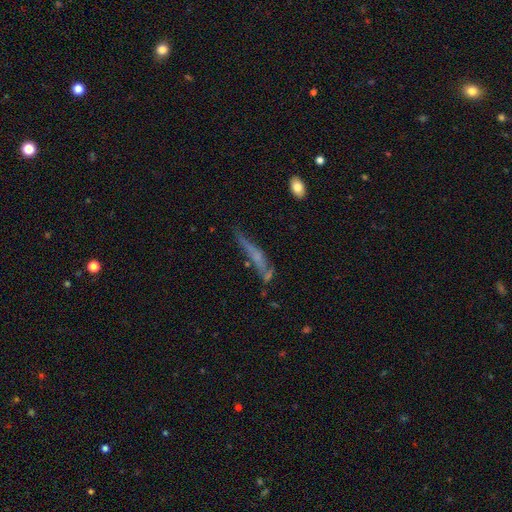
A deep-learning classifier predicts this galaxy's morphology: The model was most divided on "smooth or featured": featured or disk: 48%, smooth: 39%, star or artifact: 13%. Remaining: merging — none (48%).